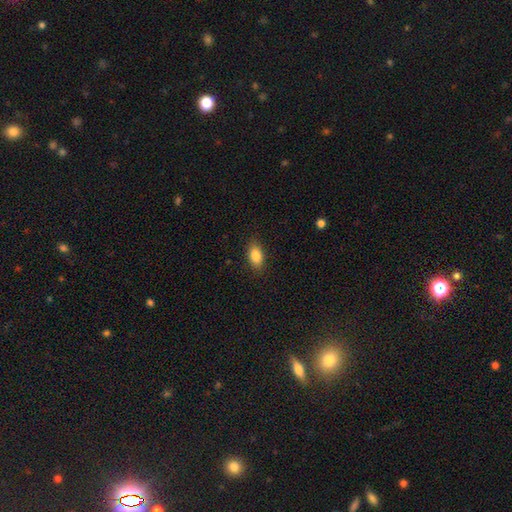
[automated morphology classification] Overall: smooth (85%). How rounded: in between (89%). Merging: none (87%).